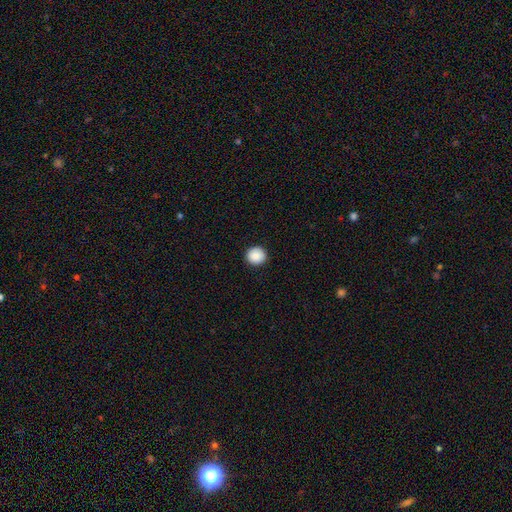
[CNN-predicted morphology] A smooth galaxy with no disk features (89%) that is round (94%).

Vote fractions:
- Smooth or featured? smooth: 89% / star or artifact: 8% / featured or disk: 3%
- How rounded? round: 94% / in between: 5% / cigar-shaped: 1%
- Merging? none: 92% / minor disturbance: 5% / major disturbance: 2% / merger: 1%